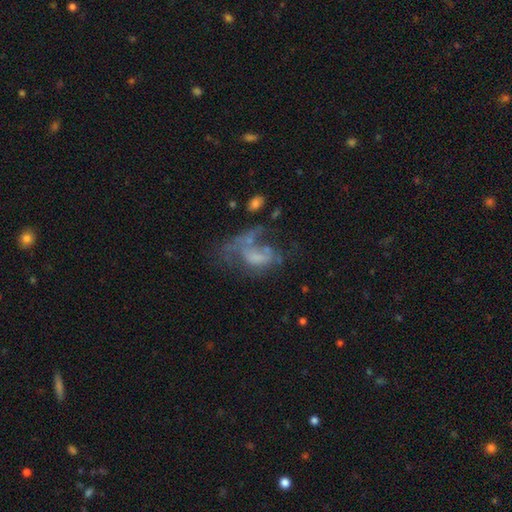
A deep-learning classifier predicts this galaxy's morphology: The model was most divided on "merging": major disturbance: 44%, none: 25%, minor disturbance: 16%, merger: 15%. More confident: edge-on disk — no (96%); bar — no (76%); spiral arms — no (65%); smooth or featured — featured or disk (57%); bulge size — none (51%).